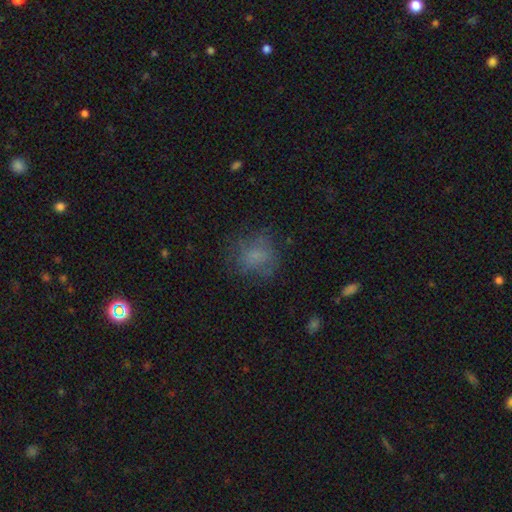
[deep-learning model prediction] A smooth galaxy with no disk features (64%) that is round (72%). Merging: none (63%).